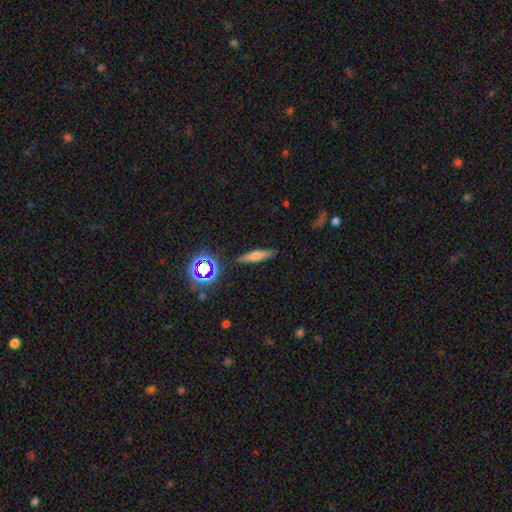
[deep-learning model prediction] The model was most divided on "smooth or featured": smooth: 55%, featured or disk: 32%, star or artifact: 13%. More confident: merging — none (88%); how rounded — cigar-shaped (81%).